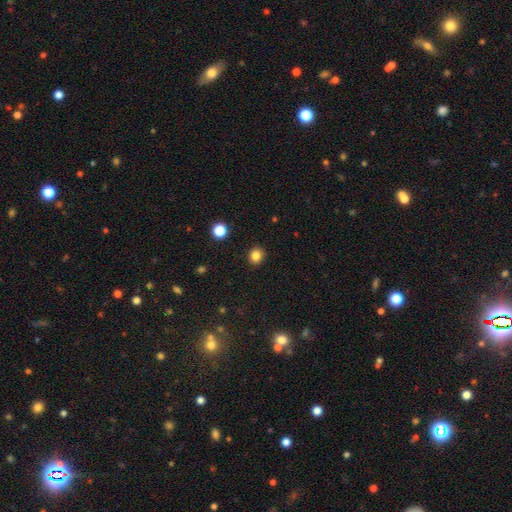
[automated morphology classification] Smooth or featured? smooth (83%)
How rounded? round (83%)
Merging? none (91%)